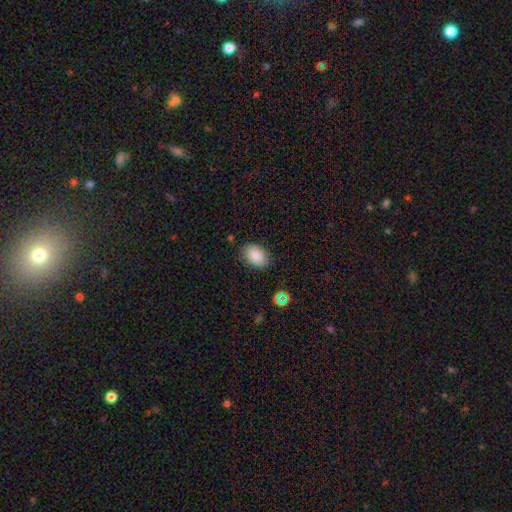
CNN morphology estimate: smooth-or-featured: smooth: 86% | star or artifact: 9% | featured or disk: 5%
  how-rounded: in between: 79% | round: 19% | cigar-shaped: 1%
  merging: none: 81% | minor disturbance: 14% | major disturbance: 3% | merger: 2%